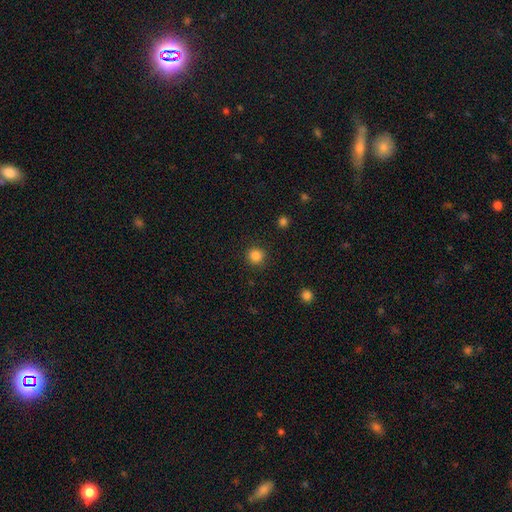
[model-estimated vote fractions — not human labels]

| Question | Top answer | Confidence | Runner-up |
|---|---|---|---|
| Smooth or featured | smooth | 85% | star or artifact (11%) |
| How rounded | round | 94% | in between (6%) |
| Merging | none | 90% | minor disturbance (6%) |